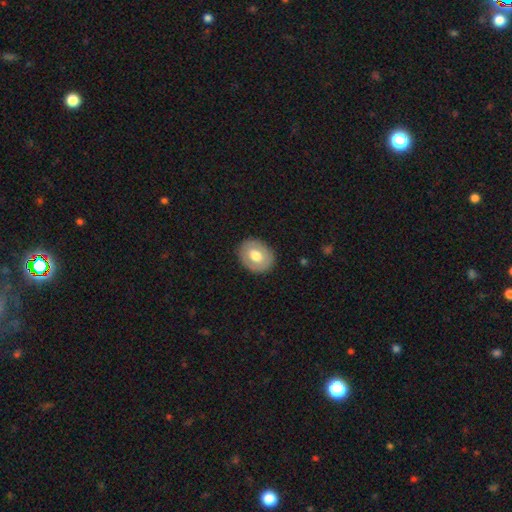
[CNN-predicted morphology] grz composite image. It shows a smooth galaxy with no disk features (65%) that is in between round and cigar-shaped (51%). Merging: none (87%).